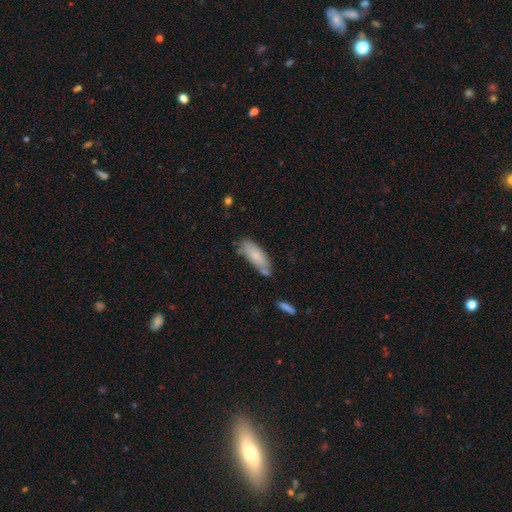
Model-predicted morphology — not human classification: This is likely a smooth galaxy (79%). How rounded: likely in between (67%). Merging: likely none (61%).